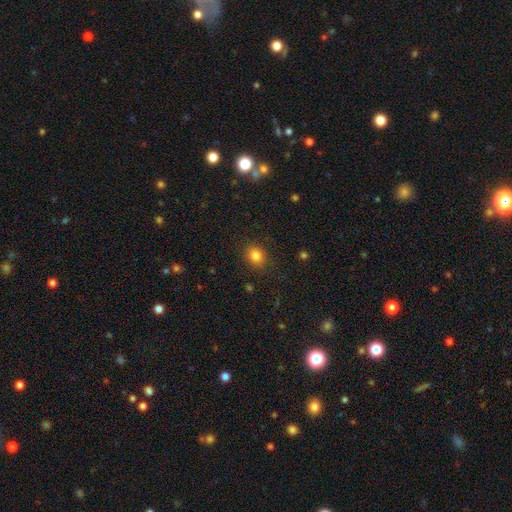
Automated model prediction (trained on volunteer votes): smooth-or-featured: smooth: 83% | star or artifact: 12% | featured or disk: 5%
  how-rounded: round: 69% | in between: 30% | cigar-shaped: 1%
  merging: none: 86% | minor disturbance: 10% | major disturbance: 3% | merger: 1%